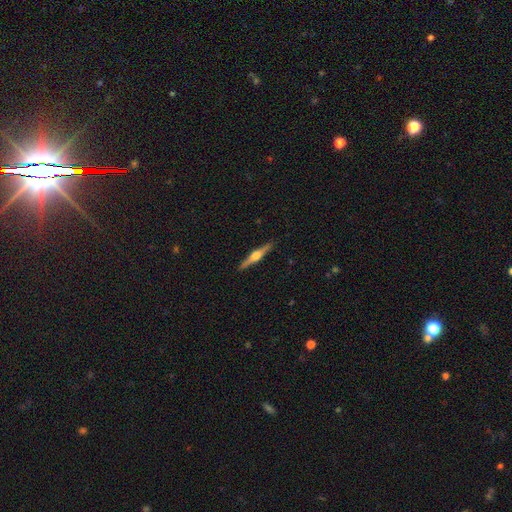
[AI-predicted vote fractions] The model was most divided on "smooth or featured": featured or disk: 75%, smooth: 20%, star or artifact: 5%. More confident: edge-on disk — yes (98%); edge-on bulge — rounded (93%); merging — none (92%).